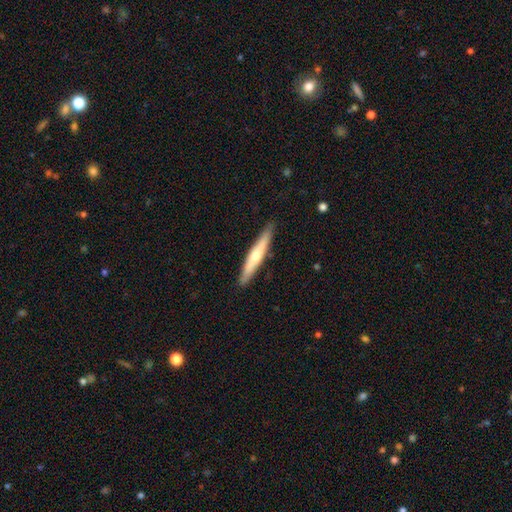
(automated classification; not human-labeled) smooth-or-featured: featured or disk: 48% | smooth: 47% | star or artifact: 5%
  merging: none: 89% | minor disturbance: 8% | major disturbance: 1% | merger: 1%